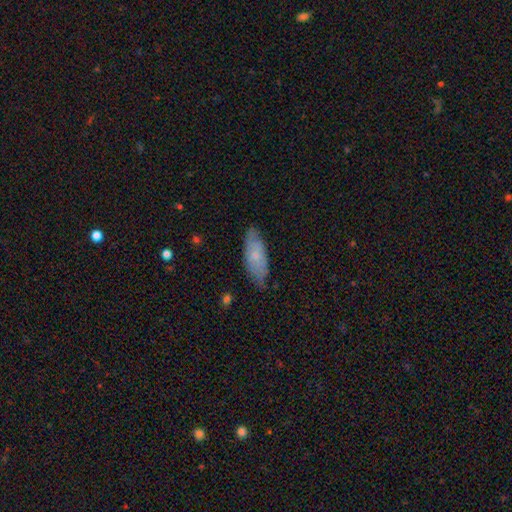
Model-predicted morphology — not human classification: smooth_or_featured: smooth (p=0.64) [alt: featured or disk p=0.29]
how_rounded: in between (p=0.76) [alt: cigar-shaped p=0.22]
merging: none (p=0.74) [alt: minor disturbance p=0.21]